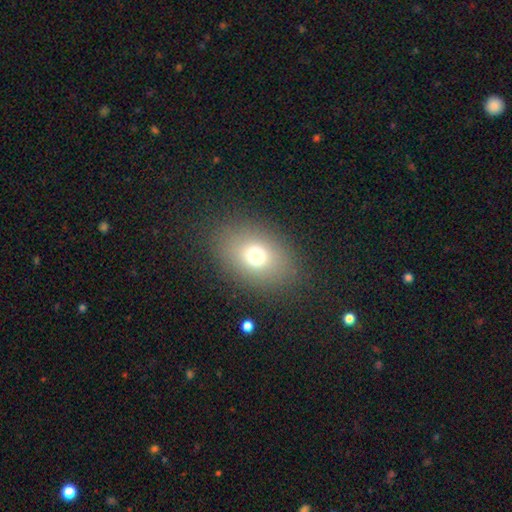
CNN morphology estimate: The model was most divided on "how rounded": in between: 66%, round: 33%, cigar-shaped: 1%. More confident: merging — none (85%); smooth or featured — smooth (71%).